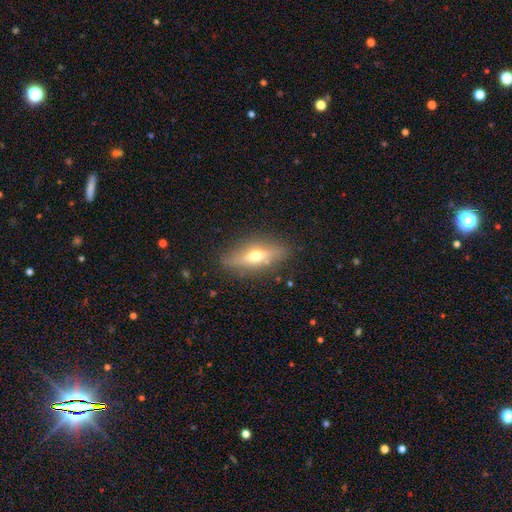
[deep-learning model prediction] The model was most divided on "smooth or featured": featured or disk: 52%, smooth: 40%, star or artifact: 8%. More confident: merging — none (83%); edge-on disk — yes (83%).